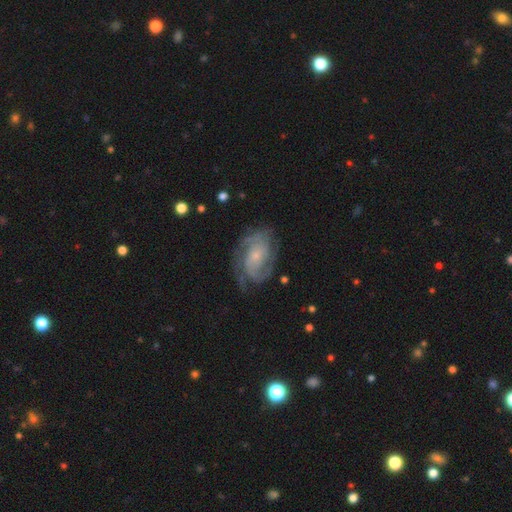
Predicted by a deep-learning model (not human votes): Smooth or featured: featured or disk — 87% (smooth — 8%)
Edge-on disk: no — 97% (yes — 3%)
Bar: no — 68% (weak — 26%)
Spiral arms: yes — 96% (no — 4%)
Spiral winding: tight — 52% (medium — 39%)
Spiral arm count: 2 — 50% (can't tell — 18%)
Bulge size: small — 72% (moderate — 19%)
Merging: none — 71% (minor disturbance — 18%)